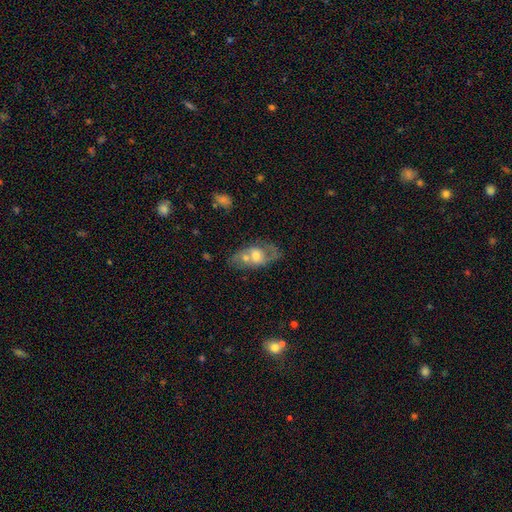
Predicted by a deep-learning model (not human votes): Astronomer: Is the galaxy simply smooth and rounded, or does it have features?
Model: featured or disk — 51% (runner-up: smooth, 41%).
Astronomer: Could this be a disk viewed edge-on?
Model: no — 91%.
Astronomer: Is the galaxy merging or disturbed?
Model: none — 38% (runner-up: merger, 36%).